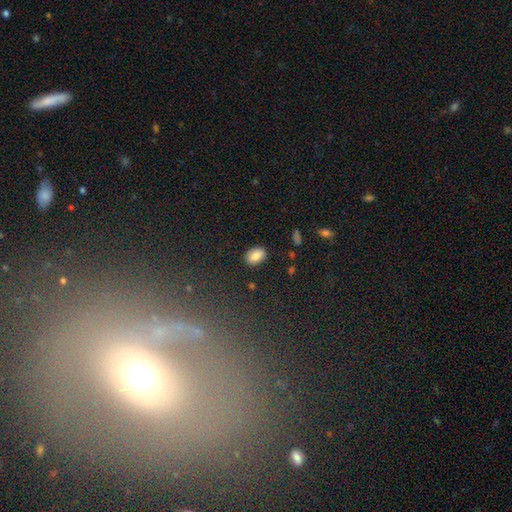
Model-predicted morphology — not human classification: Smooth or featured?
  - smooth: 83% *
  - featured or disk: 9%
  - star or artifact: 8%
How rounded?
  - in between: 85% *
  - round: 14%
  - cigar-shaped: 1%
Merging?
  - none: 86% *
  - minor disturbance: 10%
  - major disturbance: 2%
  - merger: 1%